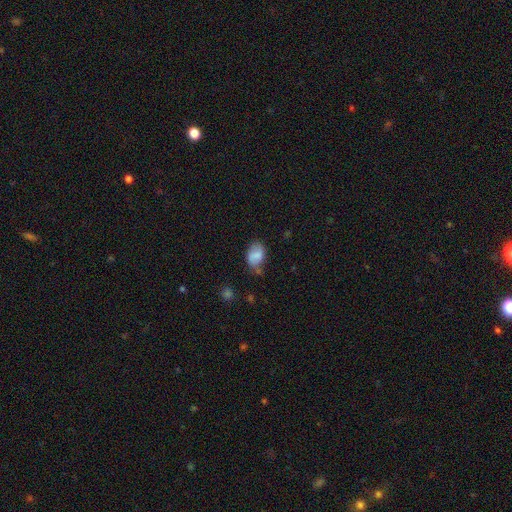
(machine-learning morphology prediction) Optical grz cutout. It shows a smooth galaxy with no disk features (69%) that is in between round and cigar-shaped (81%). Merging: none (51%).